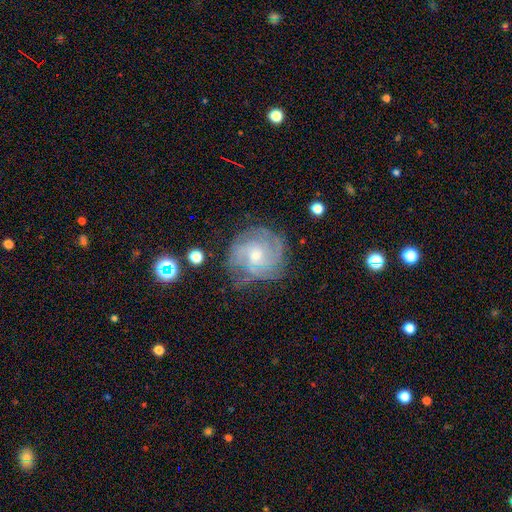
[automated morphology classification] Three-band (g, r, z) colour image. It shows a featured or disk galaxy (79%) with no bar (71%), tight (65%) spiral arms (93%) and a small central bulge (58%). Merging: none (70%).